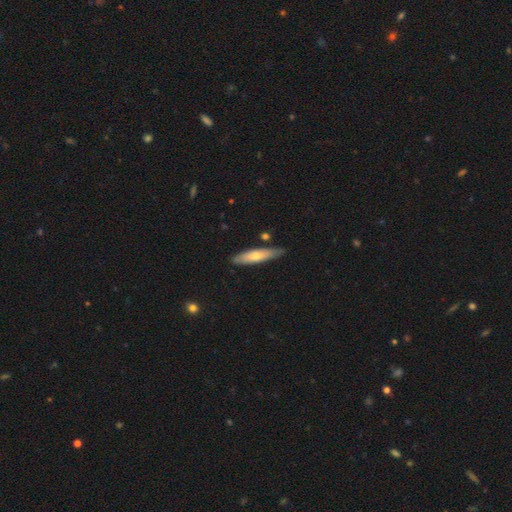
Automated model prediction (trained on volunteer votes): smooth 57%, featured or disk 37%, star or artifact 6%. Down the decision tree: how rounded — cigar-shaped (80%); merging — none (84%).